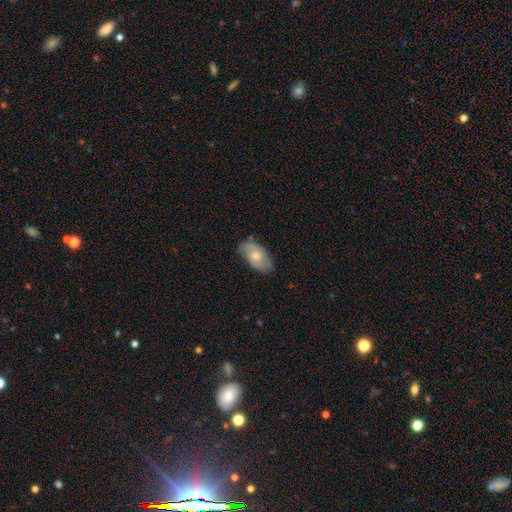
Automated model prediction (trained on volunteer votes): Overall: featured or disk (50%; smooth 44%). Edge-on disk: no (94%). Merging: none (68%).